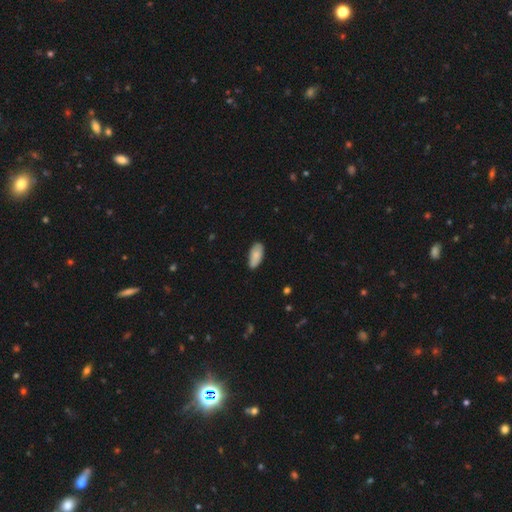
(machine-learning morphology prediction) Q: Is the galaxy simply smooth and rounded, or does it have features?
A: smooth — 84%.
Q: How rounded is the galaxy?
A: in between — 89%.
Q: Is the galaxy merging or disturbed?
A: none — 75%.